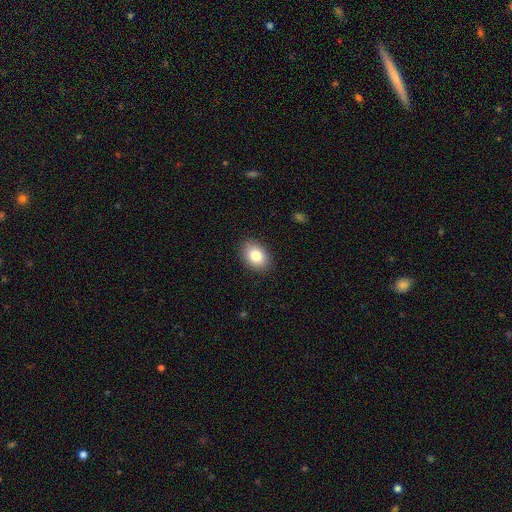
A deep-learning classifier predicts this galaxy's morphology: smooth-or-featured: smooth: 83% | featured or disk: 9% | star or artifact: 8%
  how-rounded: in between: 77% | round: 22% | cigar-shaped: 1%
  merging: none: 88% | minor disturbance: 9% | major disturbance: 2% | merger: 1%